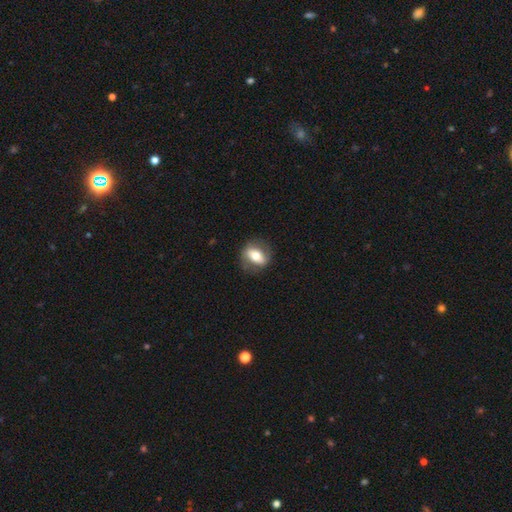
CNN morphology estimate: This is possibly a smooth galaxy (50%). Merging: likely none (79%).